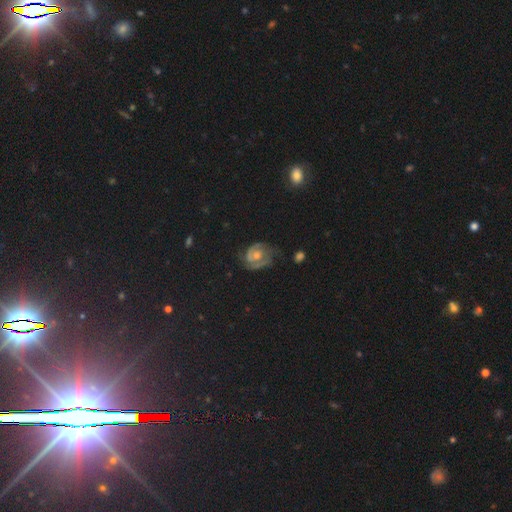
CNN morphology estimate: The model was most divided on "spiral winding": tight: 51%, medium: 38%, loose: 11%. More confident: edge-on disk — no (98%); spiral arms — yes (90%); smooth or featured — featured or disk (74%); bar — no (69%); spiral arm count — 2 (67%); bulge size — moderate (62%); merging — none (58%).